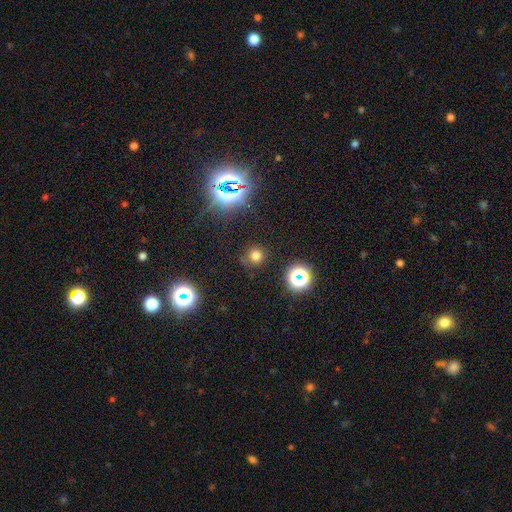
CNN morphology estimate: This is likely a smooth galaxy (70%). How rounded: clearly round (92%). Merging: clearly none (81%).